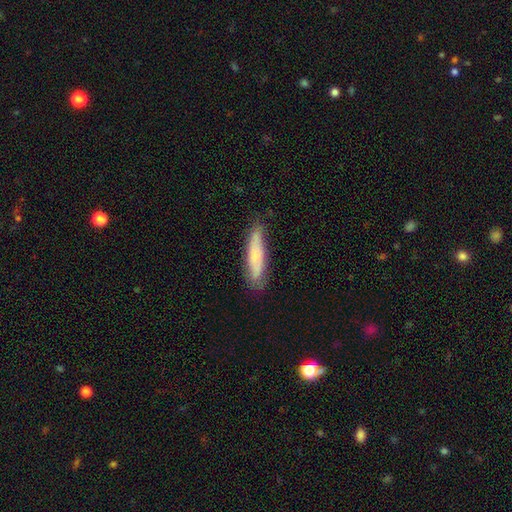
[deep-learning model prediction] The model was most divided on "smooth or featured": smooth: 56%, featured or disk: 37%, star or artifact: 7%. More confident: how rounded — cigar-shaped (80%); merging — none (78%).